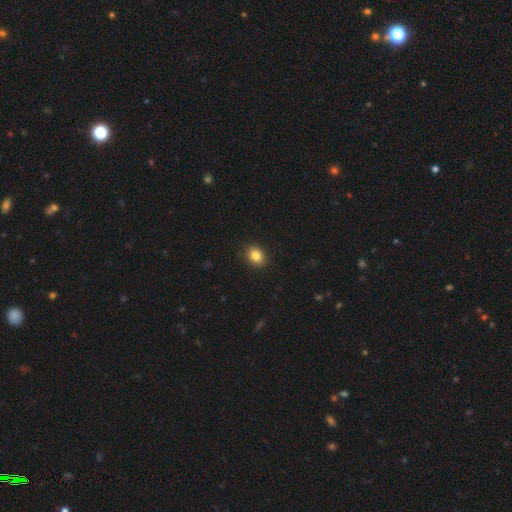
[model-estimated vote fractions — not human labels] A smooth galaxy with no disk features (85%) that is in between round and cigar-shaped (59%).

Vote fractions:
- Smooth or featured? smooth: 85% / star or artifact: 10% / featured or disk: 5%
- How rounded? in between: 59% / round: 40% / cigar-shaped: 1%
- Merging? none: 90% / minor disturbance: 7% / major disturbance: 2% / merger: 1%